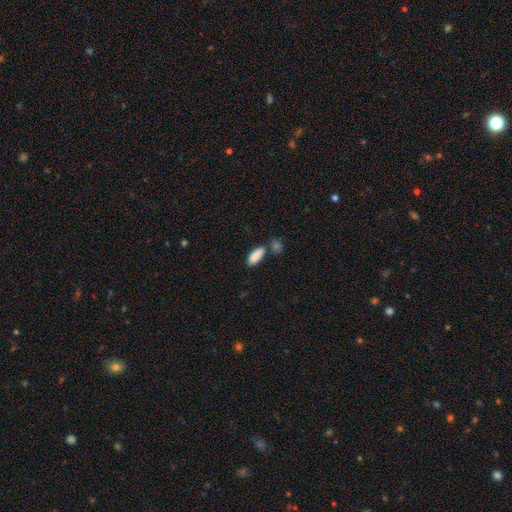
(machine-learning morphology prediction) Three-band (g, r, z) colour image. It shows a smooth galaxy with no disk features (88%) that is in between round and cigar-shaped (81%). Merging: none (64%).